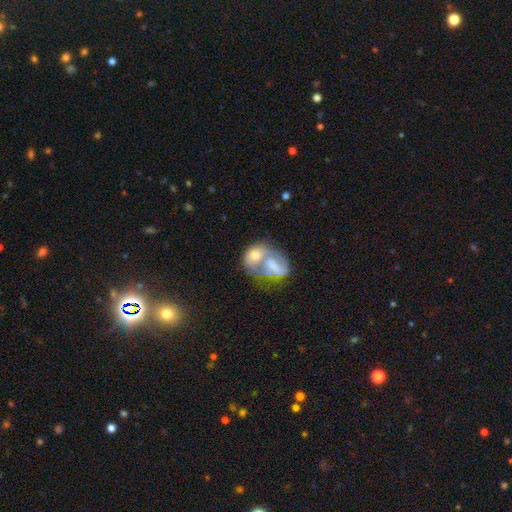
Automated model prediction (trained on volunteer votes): This is possibly a smooth galaxy (50%). Merging: likely merger (72%).